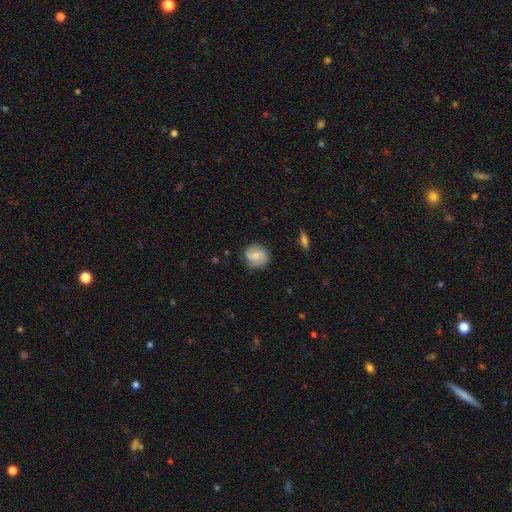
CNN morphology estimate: This is possibly a smooth galaxy (54%). How rounded: clearly round (82%). Merging: likely none (78%).